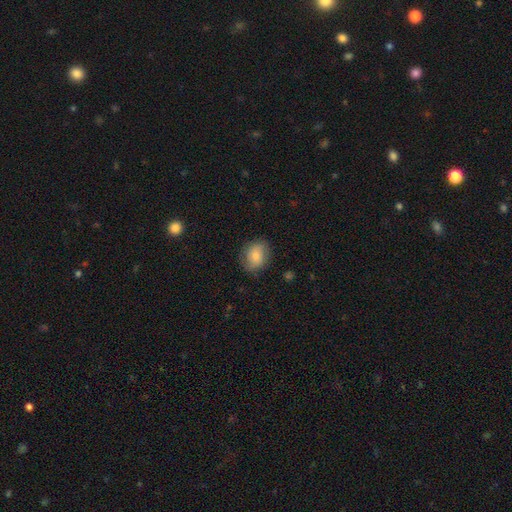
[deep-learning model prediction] Morphology: type=smooth (75%); roundness=round (58%); merging=none (81%).